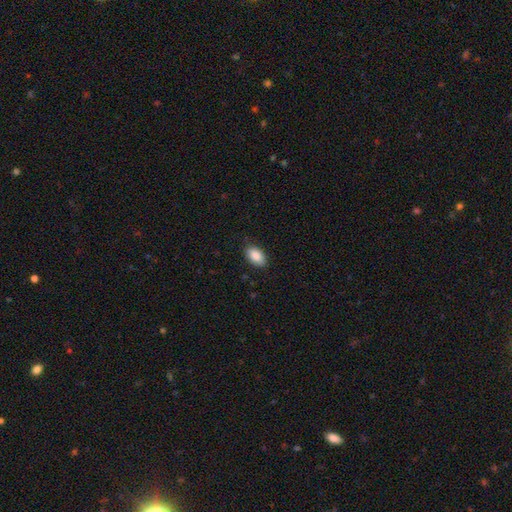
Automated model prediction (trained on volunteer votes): Smooth or featured? Predicted: smooth (p=0.89). How rounded? Predicted: in between (p=0.94). Merging? Predicted: none (p=0.85).